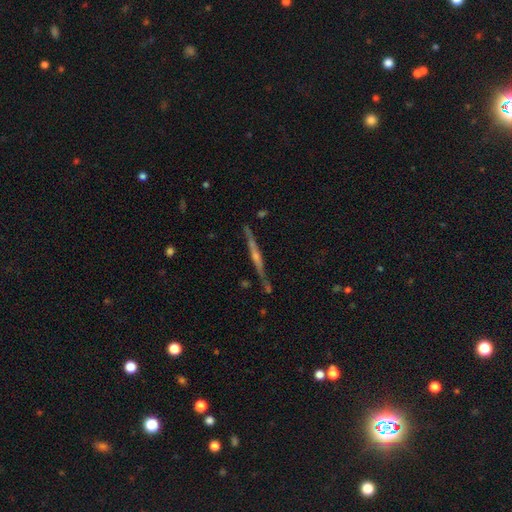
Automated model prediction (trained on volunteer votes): This appears to be a featured or disk galaxy (79%) viewed edge-on (97%) with a rounded central bulge (68%). Merging: none (84%).